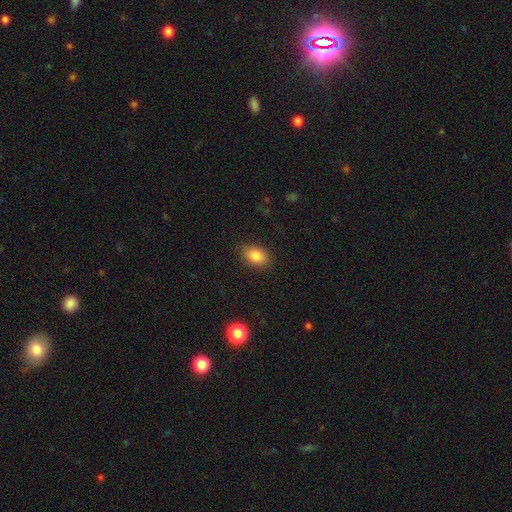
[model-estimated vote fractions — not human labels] smooth_or_featured: smooth (p=0.84) [alt: star or artifact p=0.09]
how_rounded: in between (p=0.84) [alt: round p=0.15]
merging: none (p=0.86) [alt: minor disturbance p=0.10]